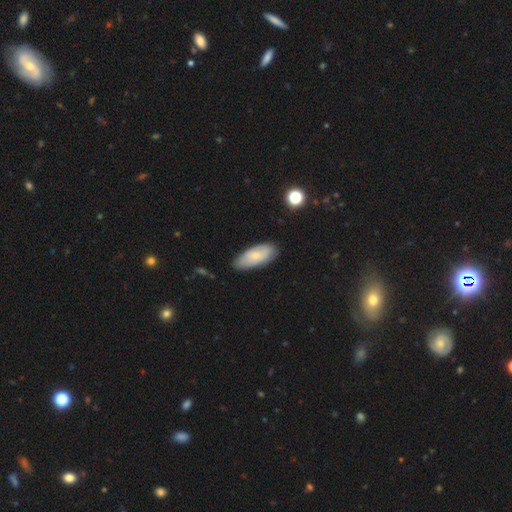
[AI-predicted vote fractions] Overall: smooth (70%). How rounded: in between (85%). Merging: none (78%).